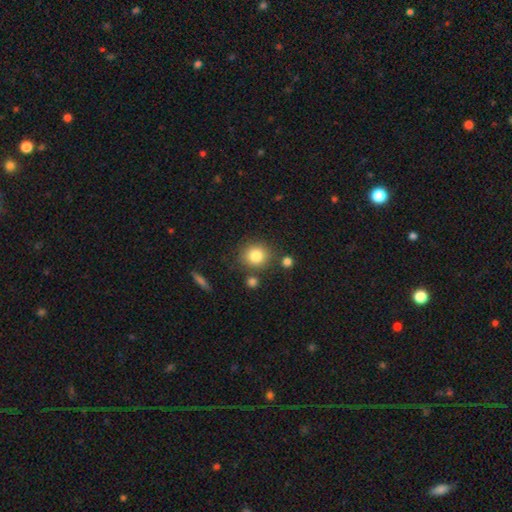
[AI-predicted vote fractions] smooth 83%, star or artifact 10%, featured or disk 7%. Down the decision tree: how rounded — round (85%); merging — none (78%).